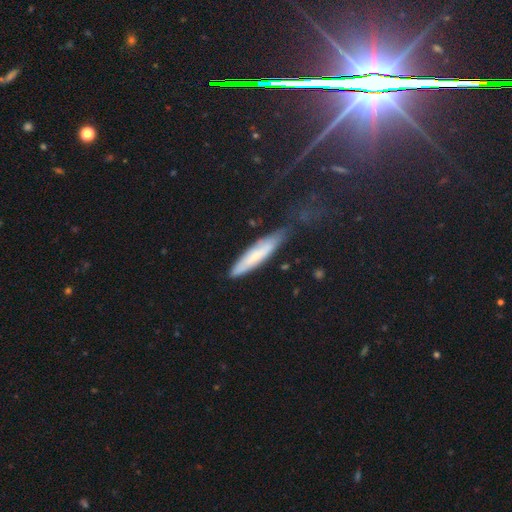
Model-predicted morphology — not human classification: A smooth galaxy with no disk features (61%) that is cigar-shaped (85%).

Vote fractions:
- Smooth or featured? smooth: 61% / featured or disk: 30% / star or artifact: 9%
- How rounded? cigar-shaped: 85% / in between: 13% / round: 2%
- Merging? none: 72% / minor disturbance: 21% / major disturbance: 5% / merger: 2%